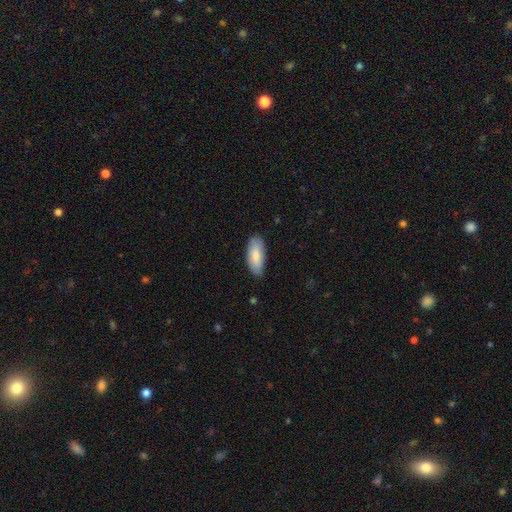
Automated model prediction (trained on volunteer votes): This is likely a smooth galaxy (80%). How rounded: clearly in between (82%). Merging: clearly none (82%).